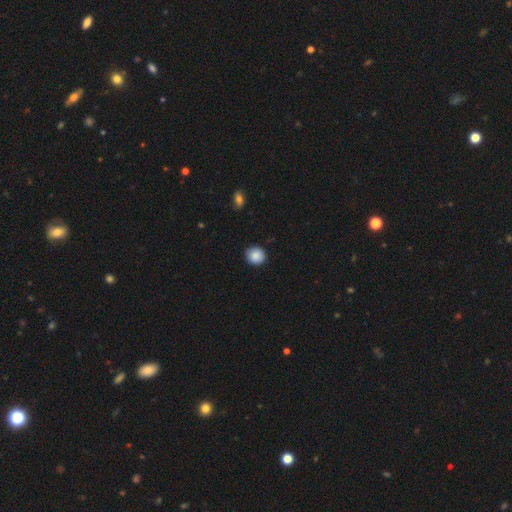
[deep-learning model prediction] Morphology: type=smooth (88%); roundness=round (86%); merging=none (89%).